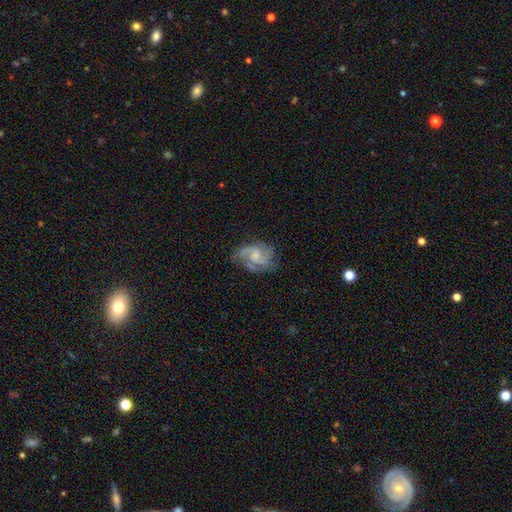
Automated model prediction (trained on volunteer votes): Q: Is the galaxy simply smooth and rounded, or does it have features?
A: featured or disk — 78%.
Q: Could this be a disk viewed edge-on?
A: no — 98%.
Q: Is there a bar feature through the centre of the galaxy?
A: no — 62%.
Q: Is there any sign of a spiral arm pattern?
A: yes — 94%.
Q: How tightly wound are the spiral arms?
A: medium — 50%.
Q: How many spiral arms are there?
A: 2 — 41%.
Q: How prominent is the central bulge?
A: small — 47%.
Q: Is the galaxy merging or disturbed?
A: none — 64%.